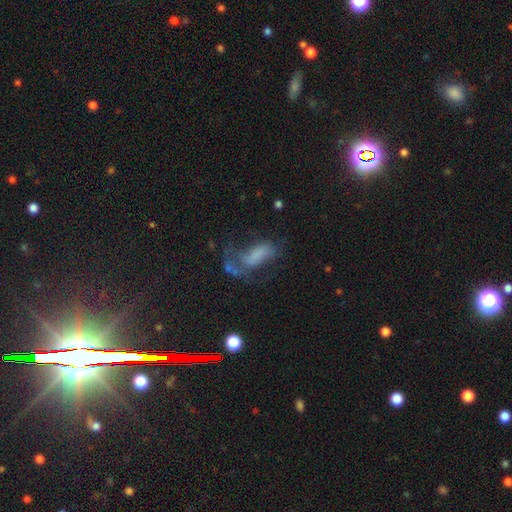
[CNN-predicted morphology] Smooth or featured?
  - smooth: 47% *
  - featured or disk: 36%
  - star or artifact: 17%
Merging?
  - major disturbance: 39% *
  - none: 32%
  - minor disturbance: 20%
  - merger: 9%